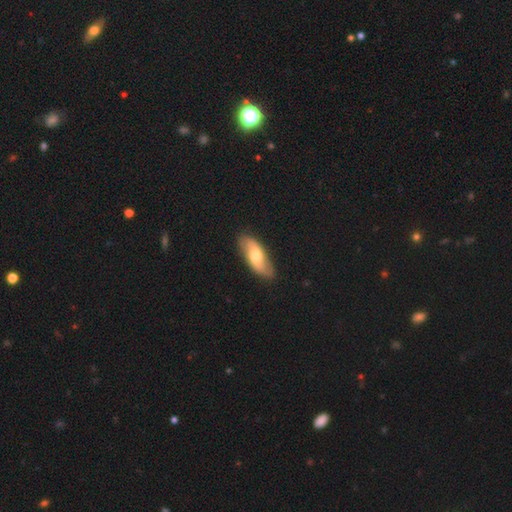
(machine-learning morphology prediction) smooth-or-featured: featured or disk: 48% | smooth: 46% | star or artifact: 5%
  merging: none: 85% | minor disturbance: 12% | major disturbance: 2% | merger: 1%